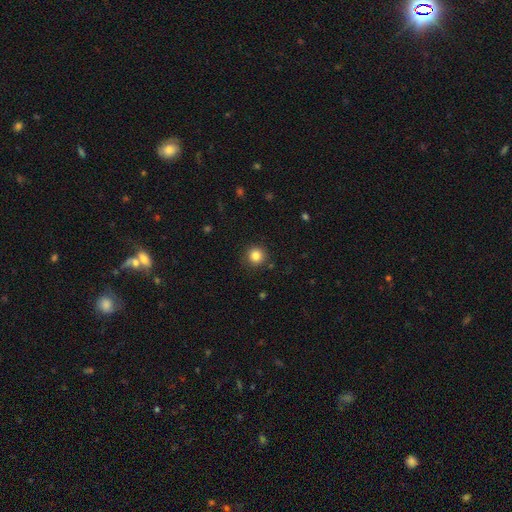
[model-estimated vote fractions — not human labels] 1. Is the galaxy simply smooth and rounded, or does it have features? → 83% smooth, 11% star or artifact, 5% featured or disk.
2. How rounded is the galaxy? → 94% round, 5% in between, 1% cigar-shaped.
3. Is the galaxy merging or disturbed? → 90% none, 7% minor disturbance, 2% major disturbance, 1% merger.